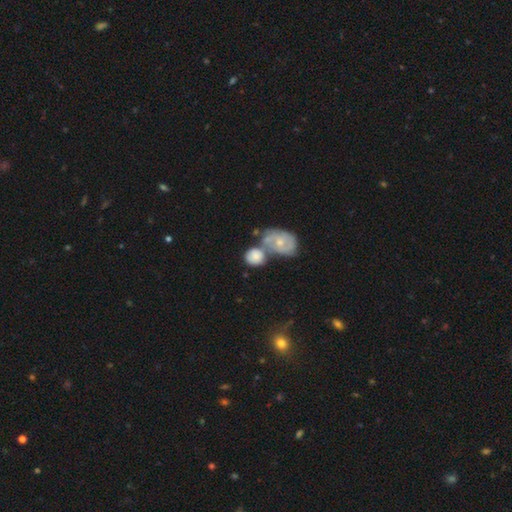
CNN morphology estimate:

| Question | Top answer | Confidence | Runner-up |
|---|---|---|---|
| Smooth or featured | smooth | 66% | featured or disk (27%) |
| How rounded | round | 69% | in between (29%) |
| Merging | merger | 51% | none (31%) |